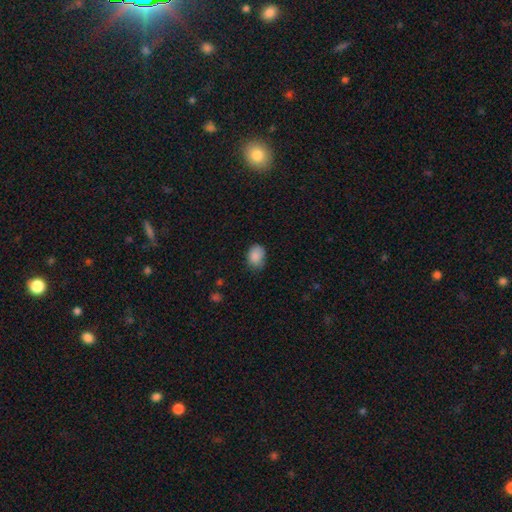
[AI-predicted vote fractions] A smooth galaxy with no disk features (87%) that is in between round and cigar-shaped (67%).

Vote fractions:
- Smooth or featured? smooth: 87% / star or artifact: 8% / featured or disk: 5%
- How rounded? in between: 67% / round: 32% / cigar-shaped: 1%
- Merging? none: 65% / minor disturbance: 28% / major disturbance: 5% / merger: 1%